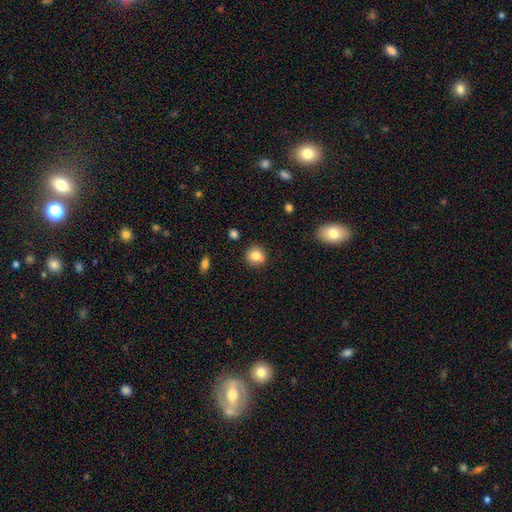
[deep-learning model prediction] This is clearly a smooth galaxy (81%). How rounded: clearly round (81%). Merging: likely none (69%).